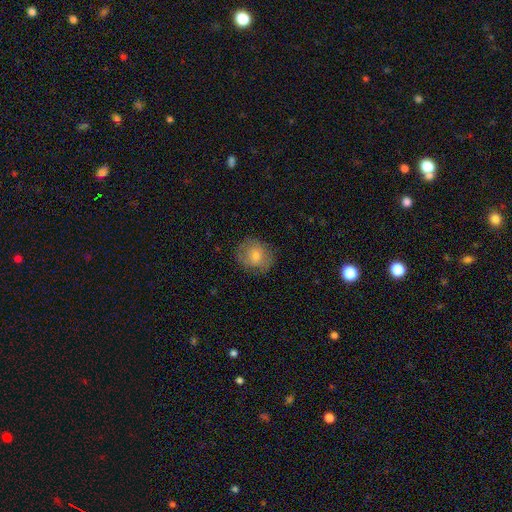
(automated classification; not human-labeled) Q: Smooth or featured?
A: smooth (59%); runner-up: featured or disk (31%)
Q: How rounded?
A: round (75%); runner-up: in between (24%)
Q: Merging?
A: none (79%); runner-up: minor disturbance (15%)